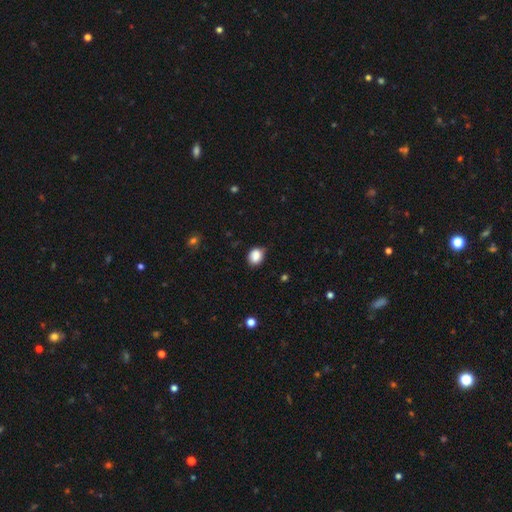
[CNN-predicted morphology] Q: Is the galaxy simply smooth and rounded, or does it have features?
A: smooth — 86%.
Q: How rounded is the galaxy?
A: in between — 51%.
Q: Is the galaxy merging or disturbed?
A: none — 71%.